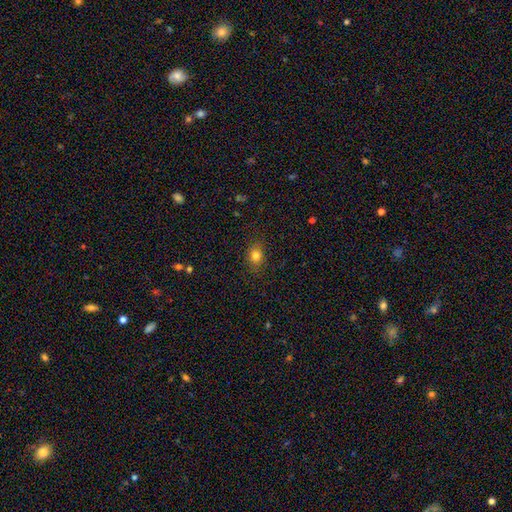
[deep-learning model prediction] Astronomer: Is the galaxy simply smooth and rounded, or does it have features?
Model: smooth — 81%.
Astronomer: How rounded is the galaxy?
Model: round — 53% (runner-up: in between, 46%).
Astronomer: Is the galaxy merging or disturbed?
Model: none — 86%.